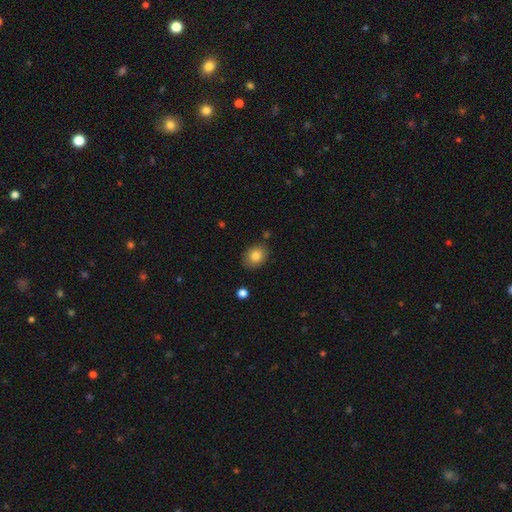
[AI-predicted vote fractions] A smooth galaxy with no disk features (84%) that is in between round and cigar-shaped (55%).

Vote fractions:
- Smooth or featured? smooth: 84% / star or artifact: 9% / featured or disk: 7%
- How rounded? in between: 55% / round: 44% / cigar-shaped: 1%
- Merging? none: 81% / minor disturbance: 13% / major disturbance: 3% / merger: 3%